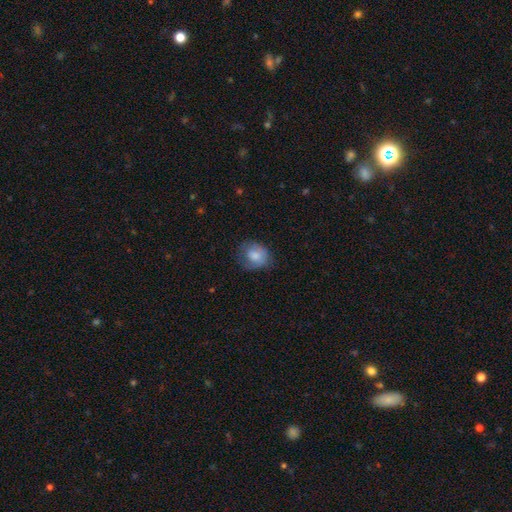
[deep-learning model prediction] Smooth or featured? smooth (75%)
How rounded? round (60%)
Merging? none (61%)